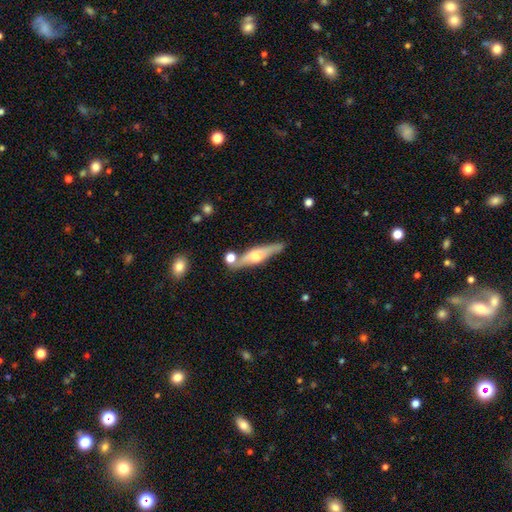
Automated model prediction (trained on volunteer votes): smooth_or_featured: featured or disk (p=0.65) [alt: smooth p=0.29]
disk_edge_on: yes (p=0.92) [alt: no p=0.08]
edge_on_bulge: rounded (p=0.91) [alt: boxy p=0.06]
merging: none (p=0.73) [alt: minor disturbance p=0.14]